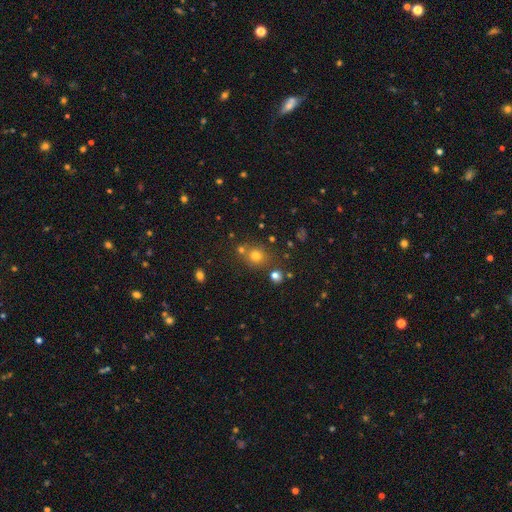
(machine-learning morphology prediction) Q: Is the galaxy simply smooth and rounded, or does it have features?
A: smooth — 70%.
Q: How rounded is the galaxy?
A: round — 83%.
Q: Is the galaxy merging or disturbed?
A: none — 71%.